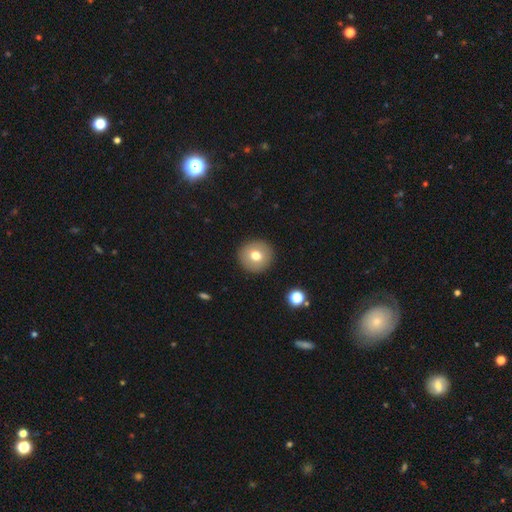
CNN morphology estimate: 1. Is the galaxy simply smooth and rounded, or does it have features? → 73% smooth, 17% featured or disk, 9% star or artifact.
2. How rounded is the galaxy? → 93% round, 6% in between, 1% cigar-shaped.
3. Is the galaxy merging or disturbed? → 92% none, 5% minor disturbance, 2% major disturbance, 1% merger.